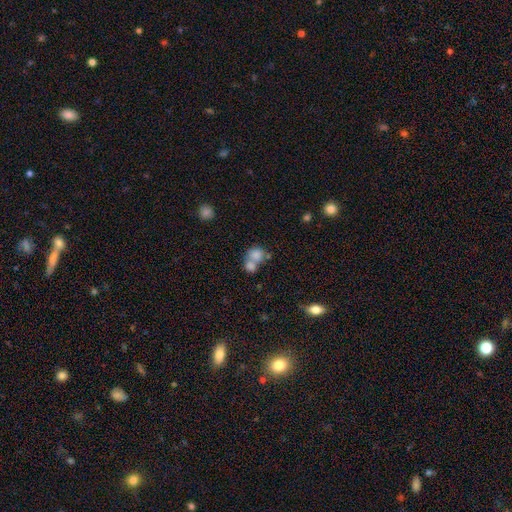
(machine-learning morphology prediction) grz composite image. It shows a smooth galaxy with no disk features (78%) that is round (61%). Merging: merger (65%).